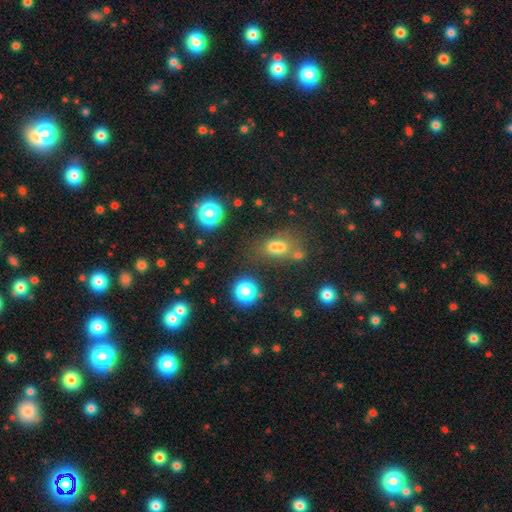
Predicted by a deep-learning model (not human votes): Smooth or featured?
  - smooth: 52% *
  - star or artifact: 40%
  - featured or disk: 8%
How rounded?
  - round: 73% *
  - in between: 25%
  - cigar-shaped: 2%
Merging?
  - none: 74% *
  - merger: 11%
  - minor disturbance: 10%
  - major disturbance: 5%